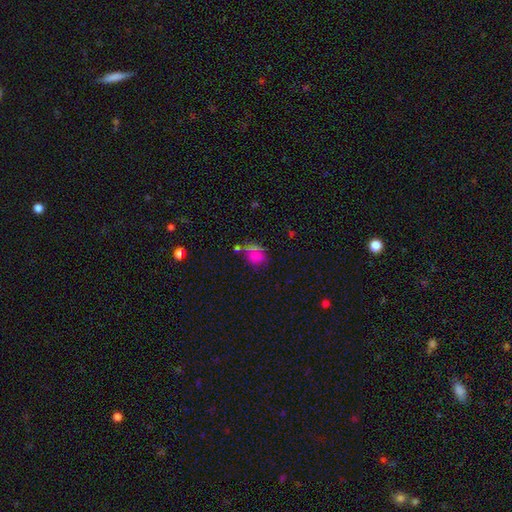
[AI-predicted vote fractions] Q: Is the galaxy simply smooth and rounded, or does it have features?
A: smooth — 57%.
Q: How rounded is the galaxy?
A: round — 68%.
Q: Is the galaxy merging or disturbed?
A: none — 64%.